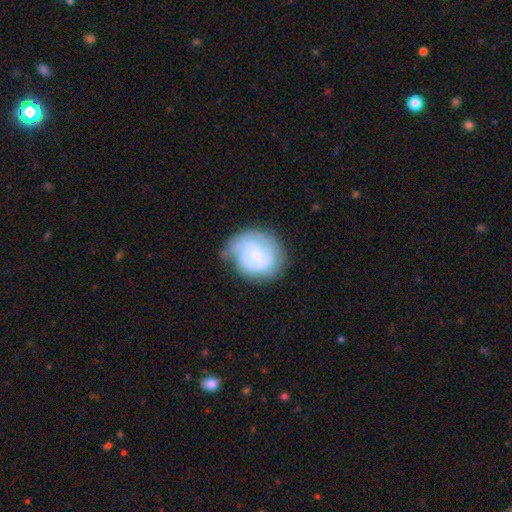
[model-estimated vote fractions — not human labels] Overall: featured or disk (67%). Edge-on disk: no (98%). Bar: no (64%; weak 31%). Spiral arms: yes (83%). Spiral arm count: 2 (39%; can't tell 35%). Spiral winding: tight (61%; medium 29%). Bulge size: small (67%; moderate 28%). Merging: none (60%; minor disturbance 26%).